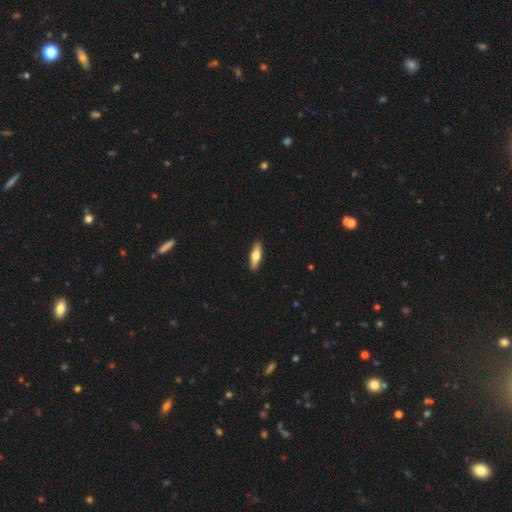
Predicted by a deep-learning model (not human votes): A smooth galaxy with no disk features (60%) that is cigar-shaped (53%).

Vote fractions:
- Smooth or featured? smooth: 60% / featured or disk: 35% / star or artifact: 5%
- How rounded? cigar-shaped: 53% / in between: 45% / round: 3%
- Merging? none: 91% / minor disturbance: 7% / major disturbance: 1% / merger: 1%